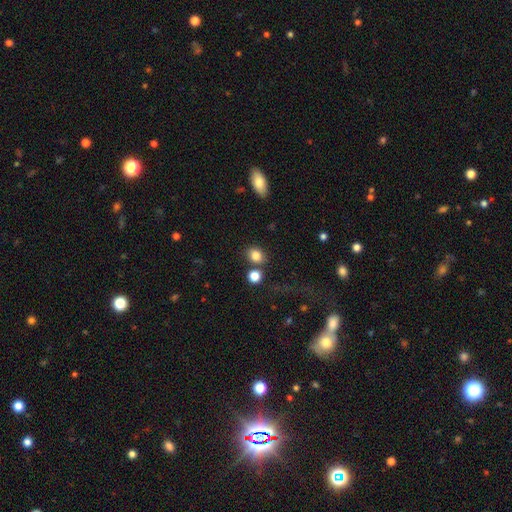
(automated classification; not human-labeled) A smooth galaxy with no disk features (82%) that is round (58%).

Vote fractions:
- Smooth or featured? smooth: 82% / star or artifact: 11% / featured or disk: 7%
- How rounded? round: 58% / in between: 41% / cigar-shaped: 1%
- Merging? none: 71% / merger: 13% / minor disturbance: 11% / major disturbance: 4%